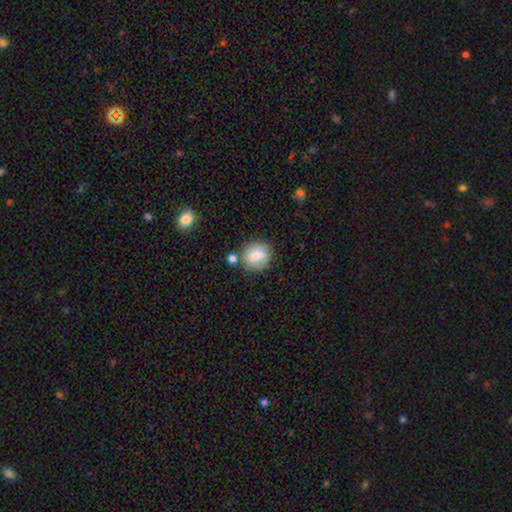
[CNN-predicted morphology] This appears to be a smooth galaxy with no disk features (74%) that is round (84%). Merging: none (70%).